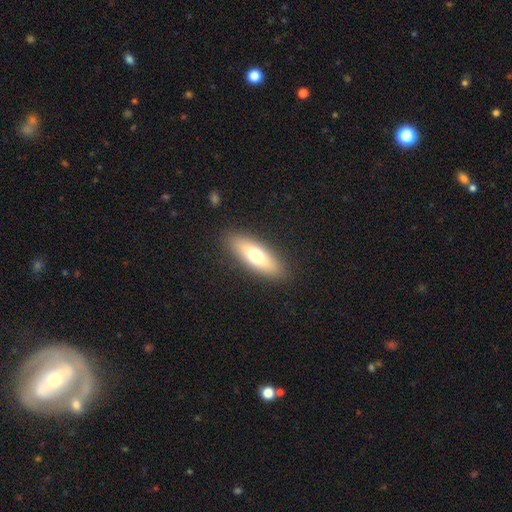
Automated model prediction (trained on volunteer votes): Smooth or featured? Predicted: smooth (p=0.66). How rounded? Predicted: in between (p=0.53). Merging? Predicted: none (p=0.89).